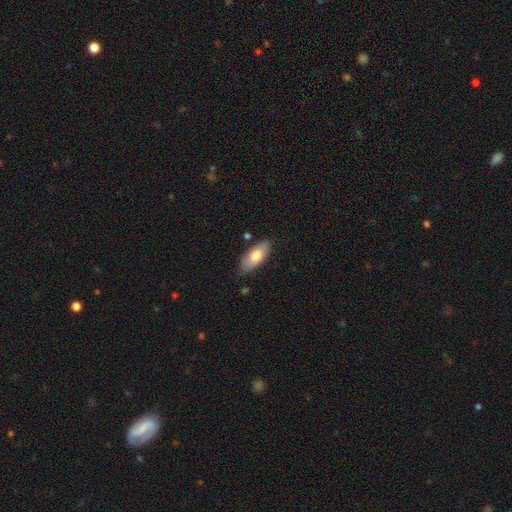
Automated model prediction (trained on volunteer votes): Overall: smooth (73%). How rounded: in between (85%). Merging: none (80%).